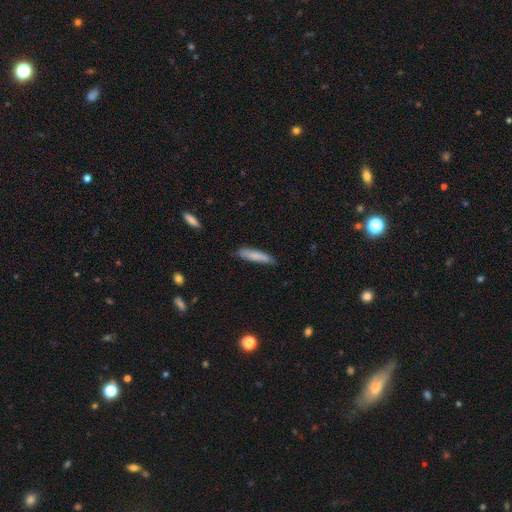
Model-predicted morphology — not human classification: Smooth or featured? smooth (78%)
How rounded? cigar-shaped (82%)
Merging? none (74%)